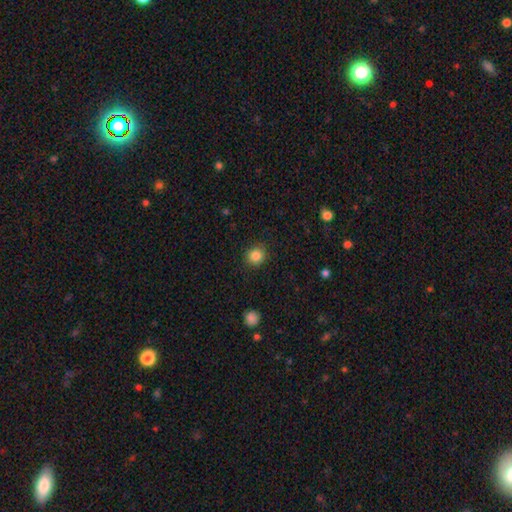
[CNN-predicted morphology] Smooth or featured? Predicted: smooth (p=0.85). How rounded? Predicted: round (p=0.86). Merging? Predicted: none (p=0.89).